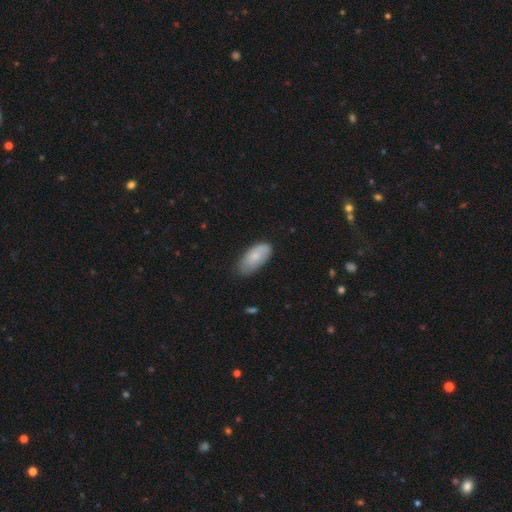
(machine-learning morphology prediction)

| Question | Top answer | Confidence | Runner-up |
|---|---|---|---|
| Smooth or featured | smooth | 77% | featured or disk (17%) |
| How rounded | in between | 91% | cigar-shaped (7%) |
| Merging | none | 65% | minor disturbance (29%) |